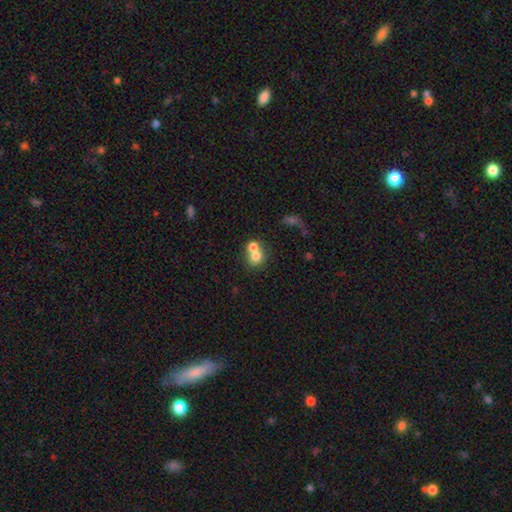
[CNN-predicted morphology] A smooth galaxy with no disk features (71%) that is round (74%).

Vote fractions:
- Smooth or featured? smooth: 71% / featured or disk: 18% / star or artifact: 11%
- How rounded? round: 74% / in between: 25% / cigar-shaped: 1%
- Merging? merger: 60% / none: 29% / minor disturbance: 6% / major disturbance: 4%